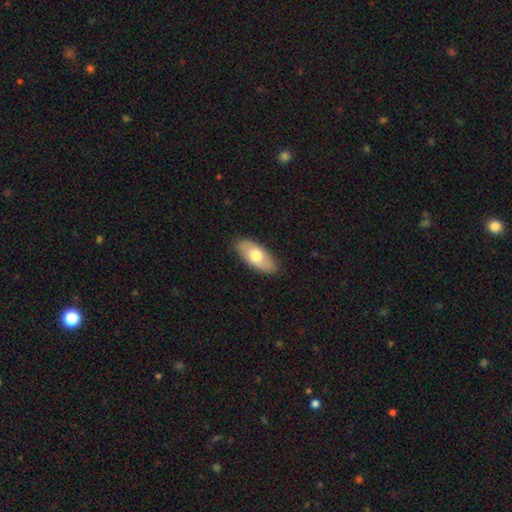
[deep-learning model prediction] smooth 66%, featured or disk 29%, star or artifact 5%. Down the decision tree: how rounded — in between (90%); merging — none (86%).